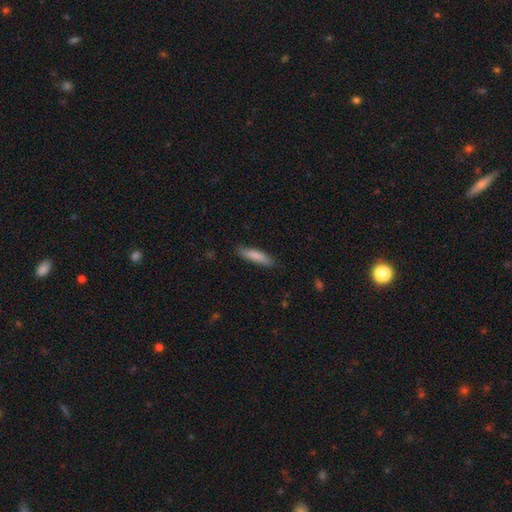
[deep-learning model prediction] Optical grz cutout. It shows a smooth galaxy with no disk features (83%) that is cigar-shaped (78%). Merging: none (84%).